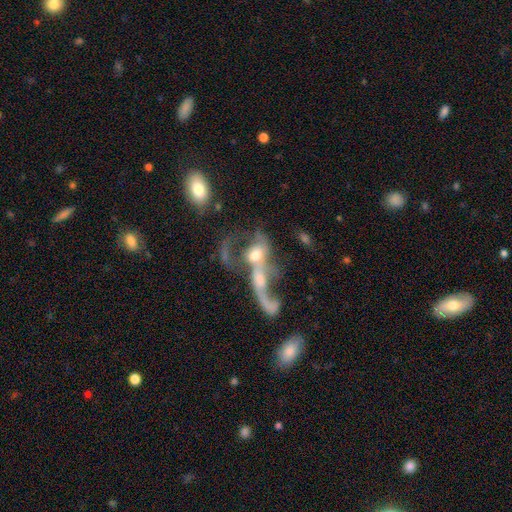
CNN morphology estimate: A featured or disk galaxy (57%) with no bar (71%), spiral arms (51%) and a moderate central bulge (53%).

Vote fractions:
- Smooth or featured? featured or disk: 57% / smooth: 31% / star or artifact: 12%
- Edge-on disk? no: 91% / yes: 9%
- Bar? no: 71% / weak: 21% / strong: 8%
- Spiral arms? yes: 51% / no: 49%
- Bulge size? moderate: 53% / small: 21% / large: 14% / none: 9% / dominant: 3%
- Merging? merger: 76% / major disturbance: 13% / none: 7% / minor disturbance: 4%